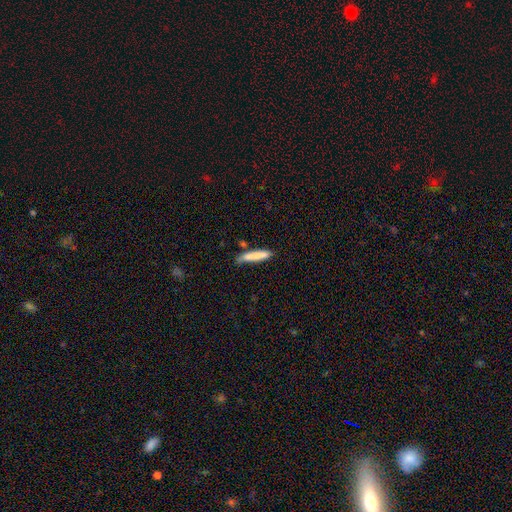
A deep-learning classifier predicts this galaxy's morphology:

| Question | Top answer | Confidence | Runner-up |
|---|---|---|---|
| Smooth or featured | smooth | 79% | featured or disk (15%) |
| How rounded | cigar-shaped | 91% | in between (8%) |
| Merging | none | 70% | minor disturbance (20%) |